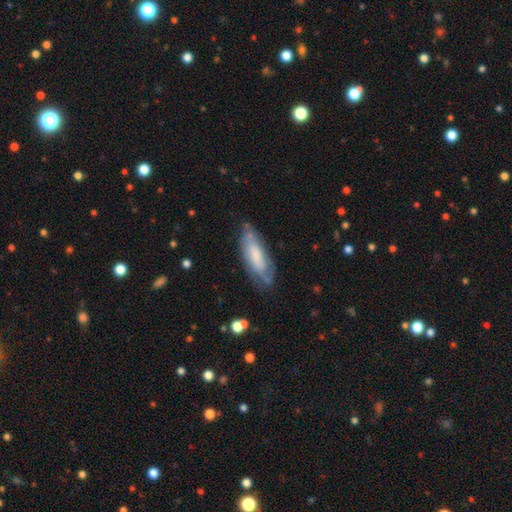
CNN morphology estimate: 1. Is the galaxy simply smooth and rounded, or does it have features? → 55% smooth, 37% featured or disk, 7% star or artifact.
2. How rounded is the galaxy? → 56% in between, 42% cigar-shaped, 2% round.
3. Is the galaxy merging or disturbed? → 66% none, 24% minor disturbance, 8% major disturbance, 2% merger.